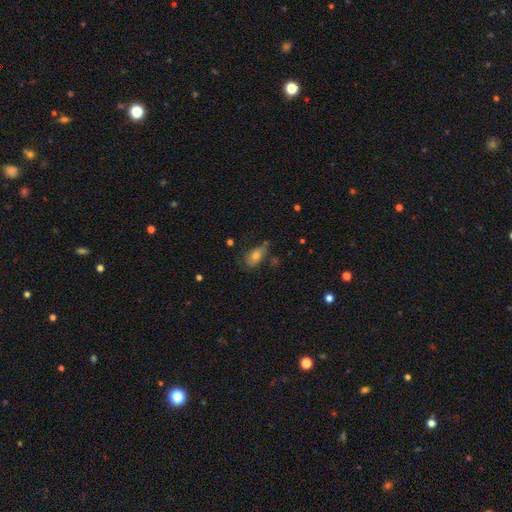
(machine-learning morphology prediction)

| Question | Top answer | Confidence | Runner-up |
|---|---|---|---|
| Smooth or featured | smooth | 64% | featured or disk (23%) |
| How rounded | in between | 84% | round (9%) |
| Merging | none | 54% | minor disturbance (29%) |